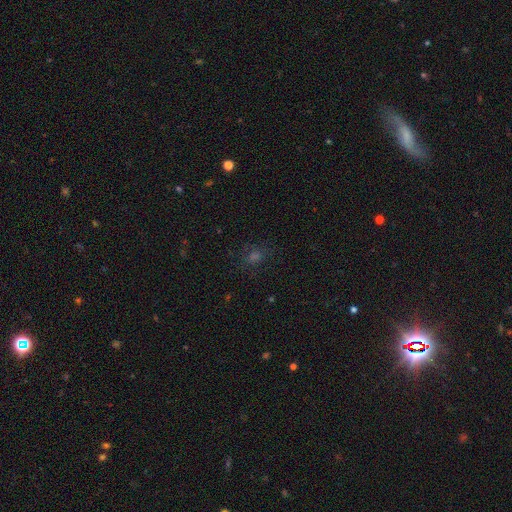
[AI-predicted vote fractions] Overall: smooth (49%; star or artifact 38%). Merging: none (77%).